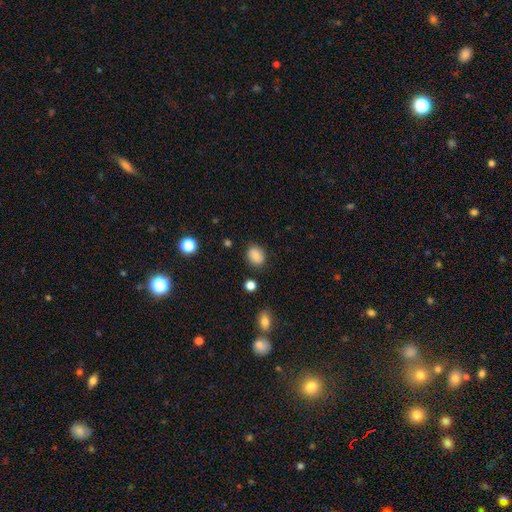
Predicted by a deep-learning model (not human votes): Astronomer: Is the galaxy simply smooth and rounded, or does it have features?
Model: smooth — 80%.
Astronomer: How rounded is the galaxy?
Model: round — 54% (runner-up: in between, 45%).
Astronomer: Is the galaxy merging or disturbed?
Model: none — 81%.